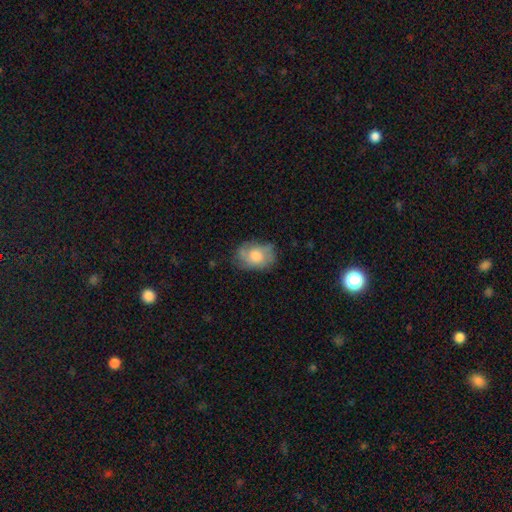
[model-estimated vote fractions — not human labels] Smooth or featured? smooth (58%)
How rounded? in between (75%)
Merging? none (63%)